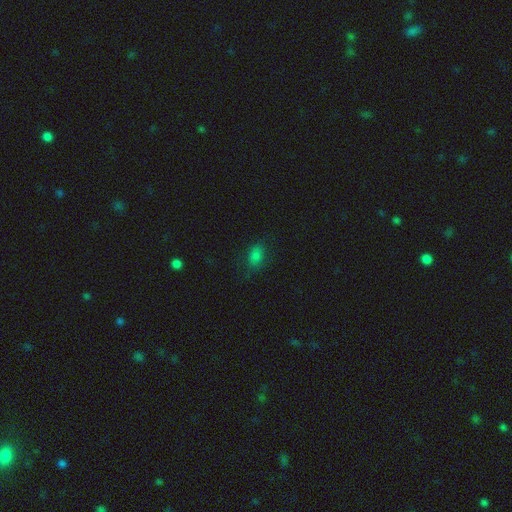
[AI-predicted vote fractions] The model was most divided on "merging": none: 73%, minor disturbance: 19%, major disturbance: 6%, merger: 1%. More confident: how rounded — in between (81%); smooth or featured — smooth (78%).